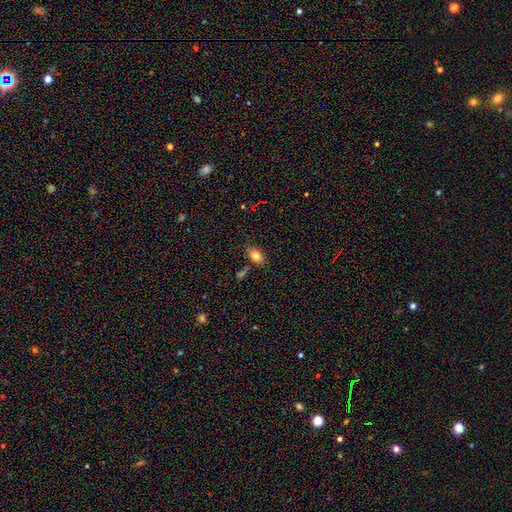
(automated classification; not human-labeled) A smooth galaxy with no disk features (79%) that is in between round and cigar-shaped (86%). Merging: none (76%).